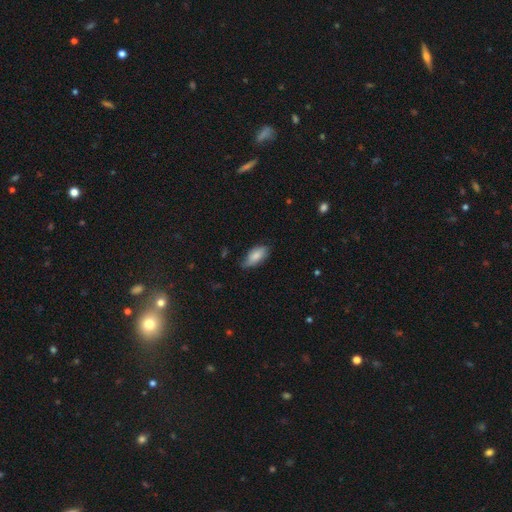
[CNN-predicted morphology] This is clearly a smooth galaxy (82%). How rounded: clearly in between (89%). Merging: likely none (65%).